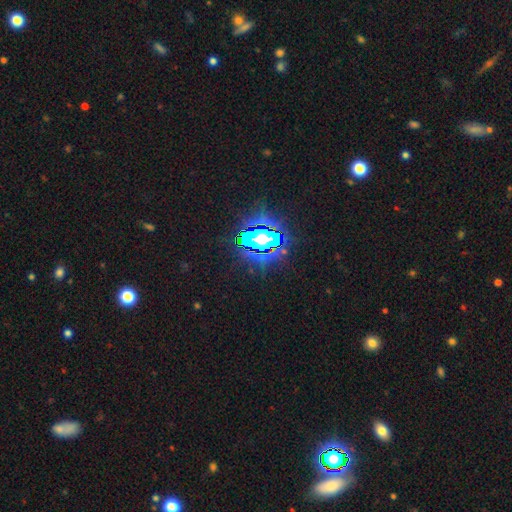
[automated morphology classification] The model was most divided on "smooth or featured": star or artifact: 82%, smooth: 10%, featured or disk: 7%.